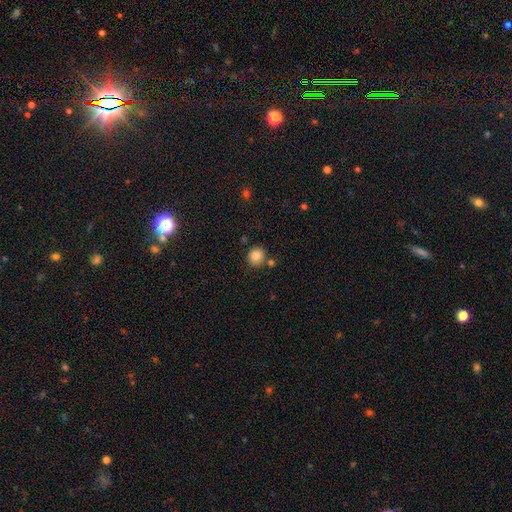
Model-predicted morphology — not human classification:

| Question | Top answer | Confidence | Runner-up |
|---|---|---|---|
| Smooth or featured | smooth | 82% | star or artifact (10%) |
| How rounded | round | 86% | in between (13%) |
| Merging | none | 79% | minor disturbance (9%) |